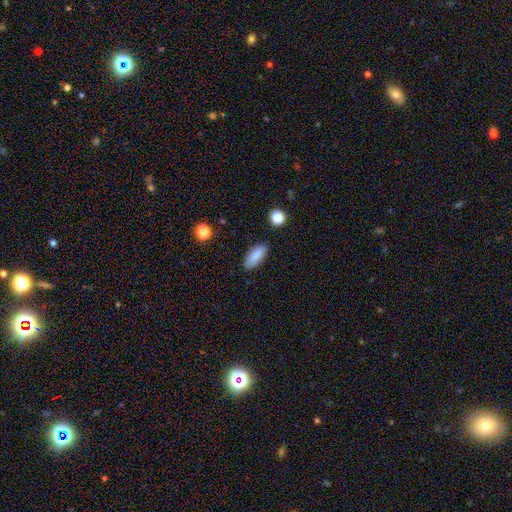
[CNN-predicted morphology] Overall: smooth (85%). How rounded: in between (69%). Merging: none (86%).